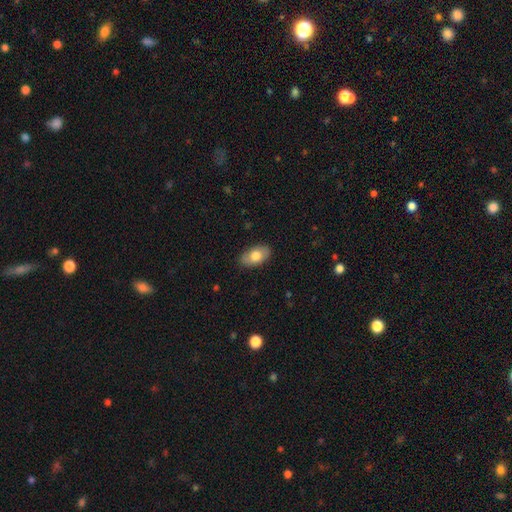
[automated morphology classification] smooth-or-featured: smooth: 75% | featured or disk: 18% | star or artifact: 6%
  how-rounded: in between: 93% | round: 5% | cigar-shaped: 2%
  merging: none: 85% | minor disturbance: 12% | major disturbance: 2% | merger: 1%